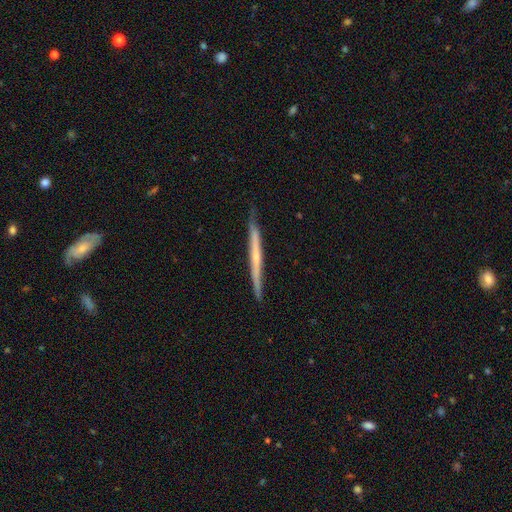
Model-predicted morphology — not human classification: Q: Smooth or featured?
A: featured or disk (61%); runner-up: smooth (33%)
Q: Edge-on disk?
A: yes (97%); runner-up: no (3%)
Q: Edge-on bulge?
A: none (65%); runner-up: rounded (30%)
Q: Merging?
A: none (85%); runner-up: minor disturbance (12%)